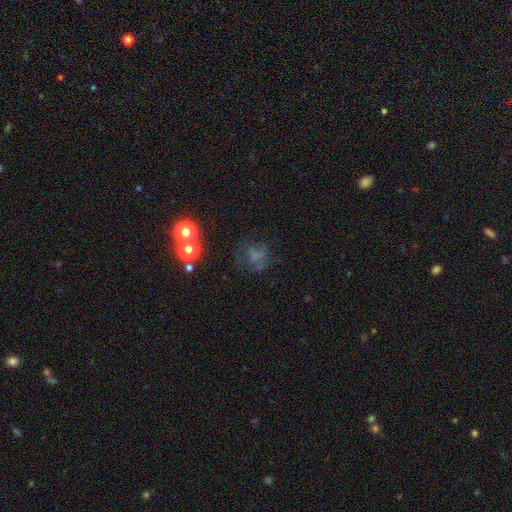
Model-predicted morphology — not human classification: Q: Smooth or featured?
A: smooth (40%); runner-up: featured or disk (34%)
Q: Merging?
A: none (54%); runner-up: major disturbance (23%)